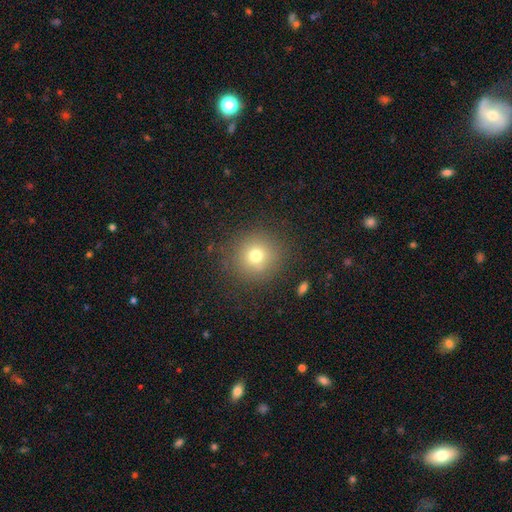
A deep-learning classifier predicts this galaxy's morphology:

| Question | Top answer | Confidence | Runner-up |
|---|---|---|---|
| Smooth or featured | smooth | 73% | star or artifact (15%) |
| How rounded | round | 93% | in between (6%) |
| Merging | none | 86% | minor disturbance (8%) |